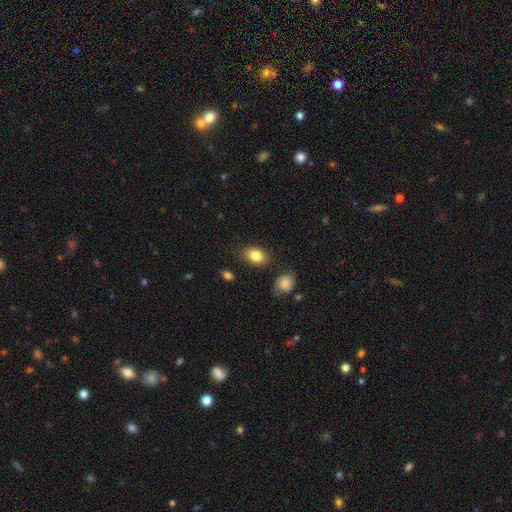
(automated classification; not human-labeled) Smooth or featured? Predicted: smooth (p=0.83). How rounded? Predicted: in between (p=0.80). Merging? Predicted: none (p=0.79).